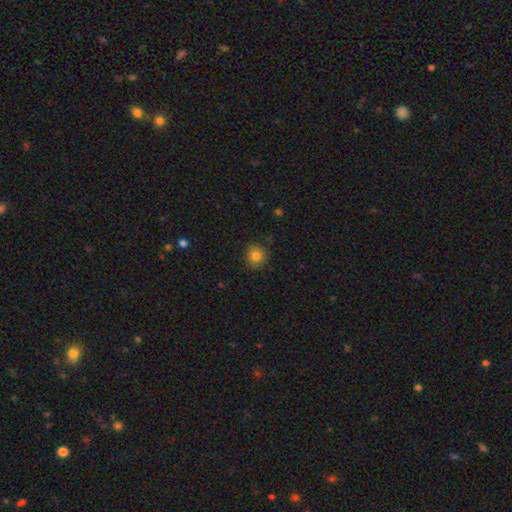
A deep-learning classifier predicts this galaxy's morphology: Overall: smooth (83%). How rounded: round (90%). Merging: none (88%).